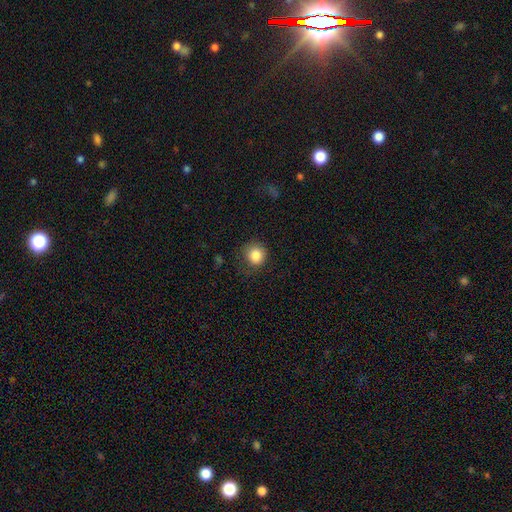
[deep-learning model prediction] A smooth galaxy with no disk features (85%) that is round (88%). Merging: none (73%).